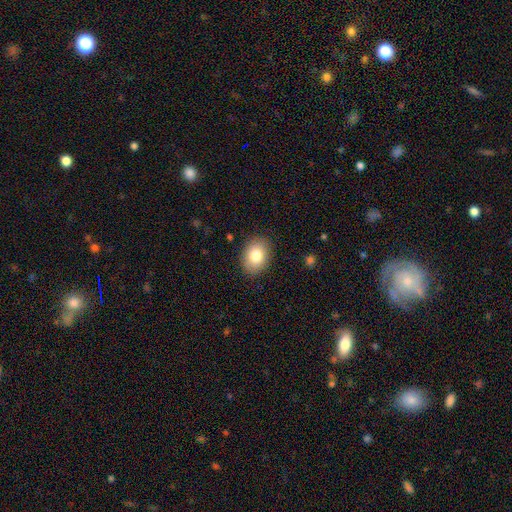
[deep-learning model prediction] smooth_or_featured: smooth (p=0.81) [alt: featured or disk p=0.11]
how_rounded: in between (p=0.72) [alt: round p=0.27]
merging: none (p=0.87) [alt: minor disturbance p=0.09]